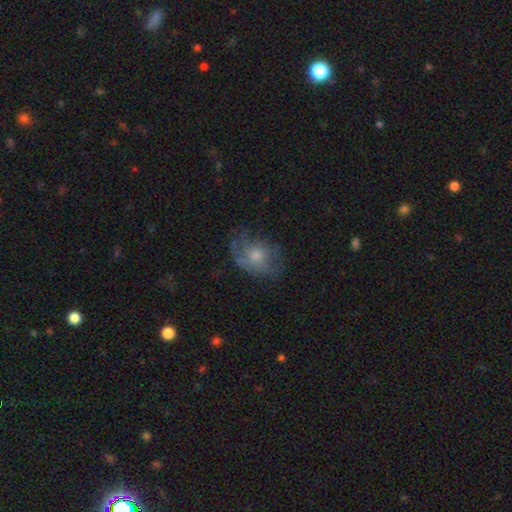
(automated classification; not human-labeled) This appears to be a smooth galaxy with no disk features (52%) that is in between round and cigar-shaped (64%). Merging: none (53%).